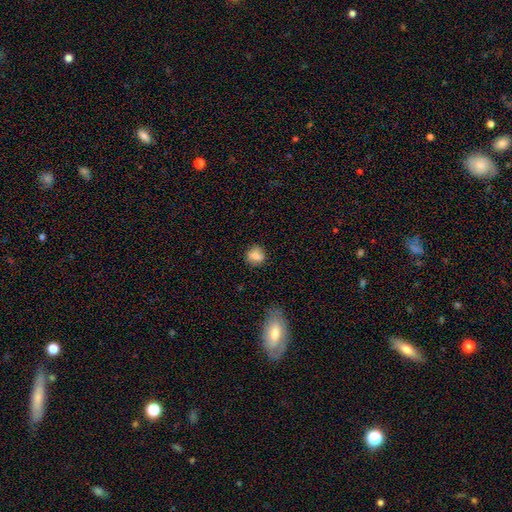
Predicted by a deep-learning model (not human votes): The model was most divided on "how rounded": round: 66%, in between: 32%, cigar-shaped: 2%. More confident: merging — none (80%); smooth or featured — smooth (76%).